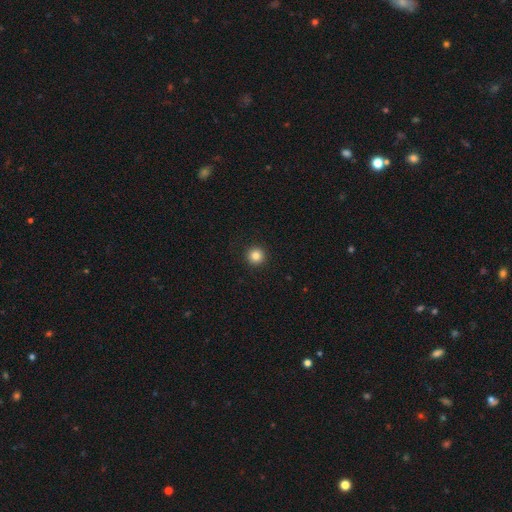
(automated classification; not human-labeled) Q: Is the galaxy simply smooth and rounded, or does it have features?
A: smooth — 84%.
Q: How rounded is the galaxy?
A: round — 96%.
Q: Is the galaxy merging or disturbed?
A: none — 93%.